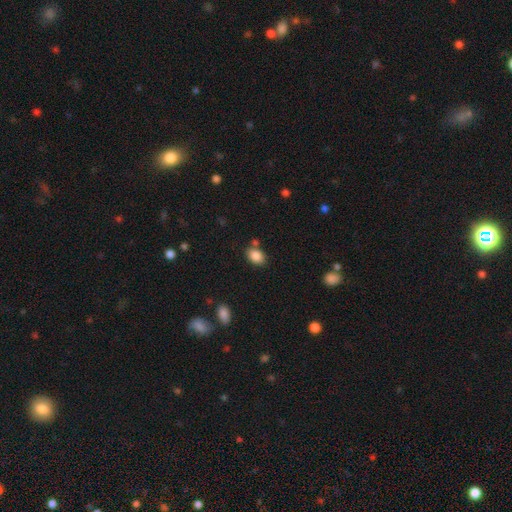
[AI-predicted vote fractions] Smooth or featured? smooth (87%)
How rounded? in between (76%)
Merging? none (73%)